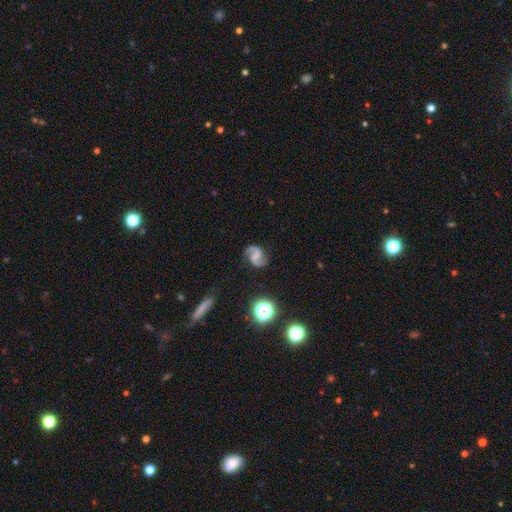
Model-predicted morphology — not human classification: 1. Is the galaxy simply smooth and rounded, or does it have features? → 87% featured or disk, 7% star or artifact, 7% smooth.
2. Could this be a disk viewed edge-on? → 98% no, 2% yes.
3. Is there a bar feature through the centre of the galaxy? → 44% weak, 35% no, 21% strong.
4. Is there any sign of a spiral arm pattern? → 98% yes, 2% no.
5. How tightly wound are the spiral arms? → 47% loose, 44% medium, 10% tight.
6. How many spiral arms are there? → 94% 2, 2% can't tell, 2% 1, 1% 3, 1% 4, 1% more than 4.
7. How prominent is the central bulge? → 51% none, 28% small, 16% moderate, 3% large, 1% dominant.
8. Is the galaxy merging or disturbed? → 82% none, 12% minor disturbance, 4% major disturbance, 2% merger.